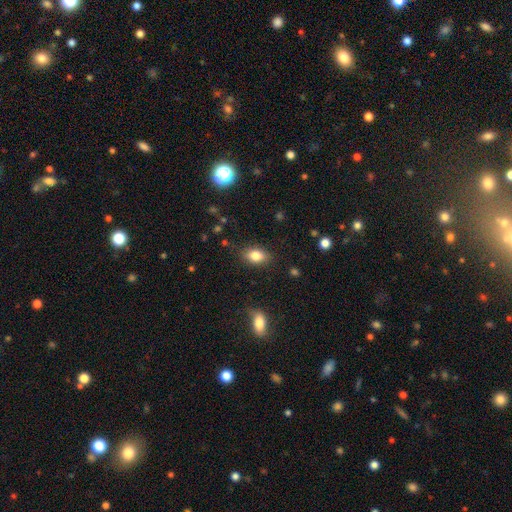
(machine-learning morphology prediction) smooth_or_featured: smooth (p=0.82) [alt: featured or disk p=0.09]
how_rounded: in between (p=0.83) [alt: round p=0.14]
merging: none (p=0.83) [alt: minor disturbance p=0.12]